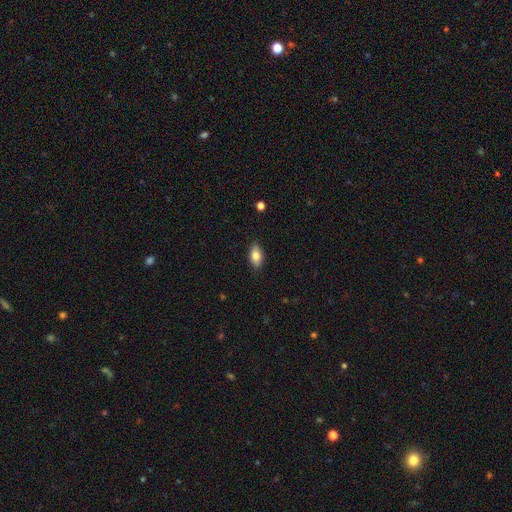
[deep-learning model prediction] A smooth galaxy with no disk features (79%) that is in between round and cigar-shaped (89%). Merging: none (87%).